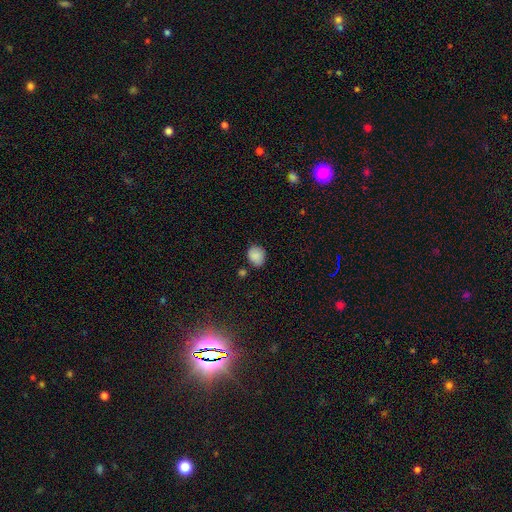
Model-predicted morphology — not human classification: Smooth or featured?
  - smooth: 86% *
  - star or artifact: 9%
  - featured or disk: 5%
How rounded?
  - round: 62% *
  - in between: 37%
  - cigar-shaped: 1%
Merging?
  - none: 73% *
  - minor disturbance: 18%
  - merger: 5%
  - major disturbance: 4%